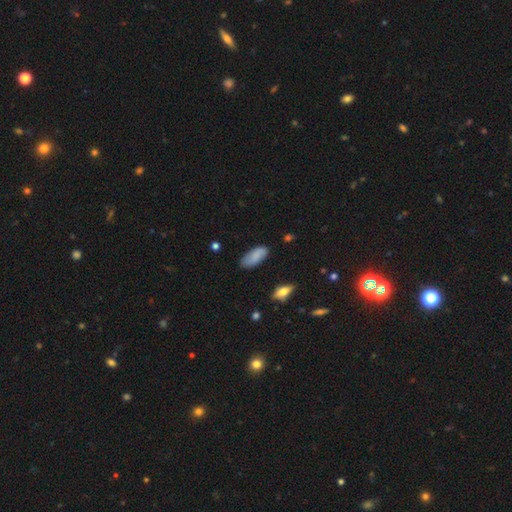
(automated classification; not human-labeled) Smooth or featured?
  - smooth: 82% *
  - featured or disk: 11%
  - star or artifact: 7%
How rounded?
  - in between: 87% *
  - cigar-shaped: 11%
  - round: 2%
Merging?
  - none: 78% *
  - minor disturbance: 17%
  - major disturbance: 3%
  - merger: 2%